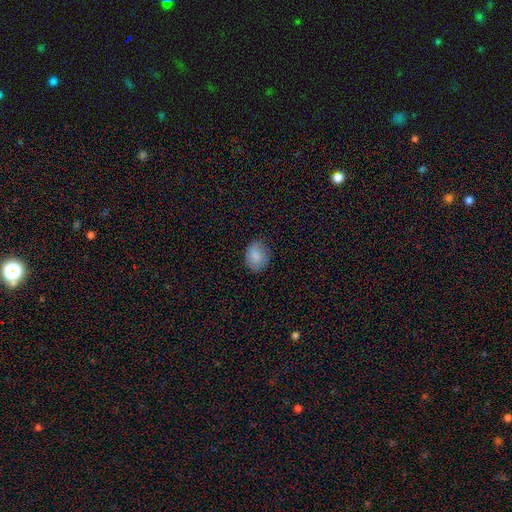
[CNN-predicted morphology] The model was most divided on "how rounded": in between: 58%, round: 41%, cigar-shaped: 1%. More confident: smooth or featured — smooth (85%); merging — none (76%).